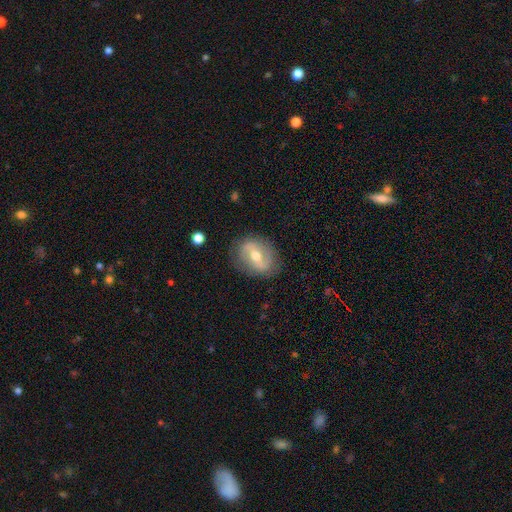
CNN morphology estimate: This is likely a featured or disk galaxy (72%). It is clearly not viewed edge-on (95%). Bar: marginally strong (42%). Spiral arm pattern: likely yes (71%). Central bulge: likely moderate (71%). Merging: clearly none (82%).